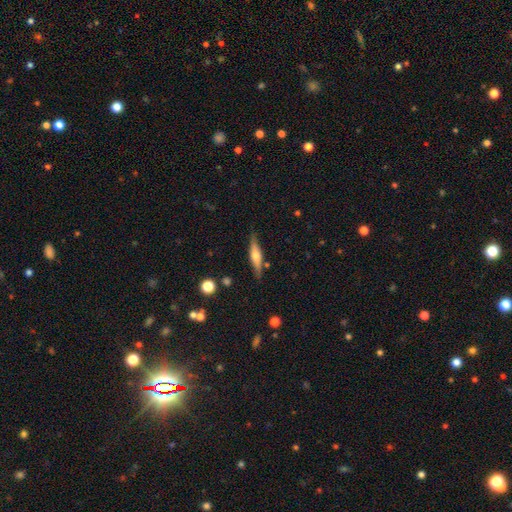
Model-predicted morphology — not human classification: Overall: featured or disk (55%; smooth 39%). Edge-on disk: yes (93%). Edge-on bulge: rounded (85%). Merging: none (83%).